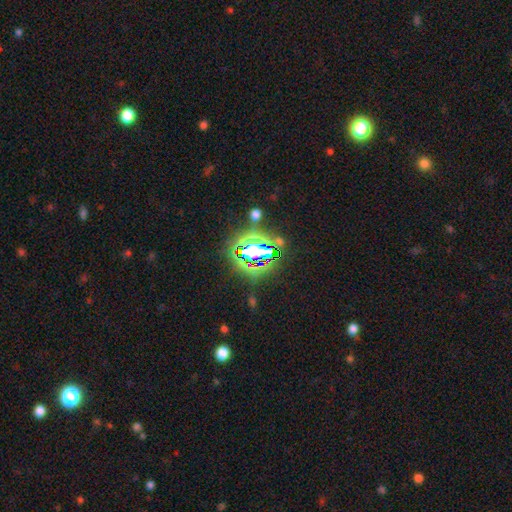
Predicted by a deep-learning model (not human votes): Smooth or featured: star or artifact — 83% (smooth — 10%)